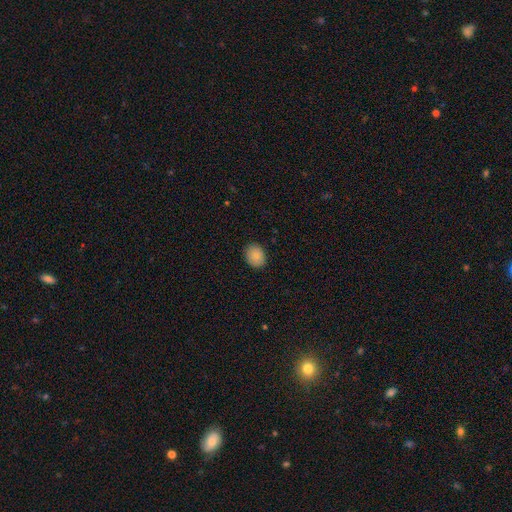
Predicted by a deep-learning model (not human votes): Smooth or featured?
  - smooth: 86% *
  - star or artifact: 8%
  - featured or disk: 5%
How rounded?
  - round: 51% *
  - in between: 49%
  - cigar-shaped: 1%
Merging?
  - none: 89% *
  - minor disturbance: 8%
  - major disturbance: 2%
  - merger: 1%